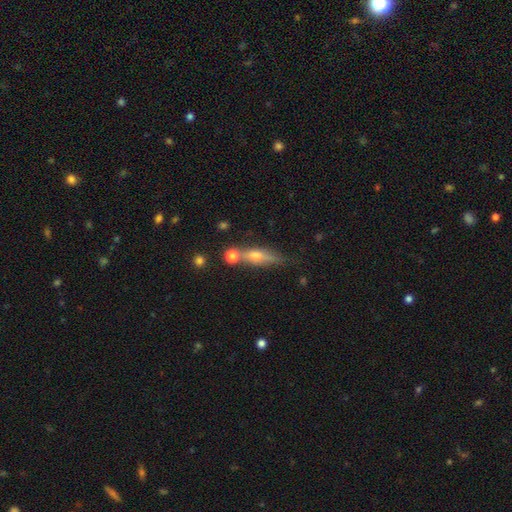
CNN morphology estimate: Q: Smooth or featured?
A: featured or disk (47%); runner-up: smooth (43%)
Q: Merging?
A: none (62%); runner-up: minor disturbance (17%)